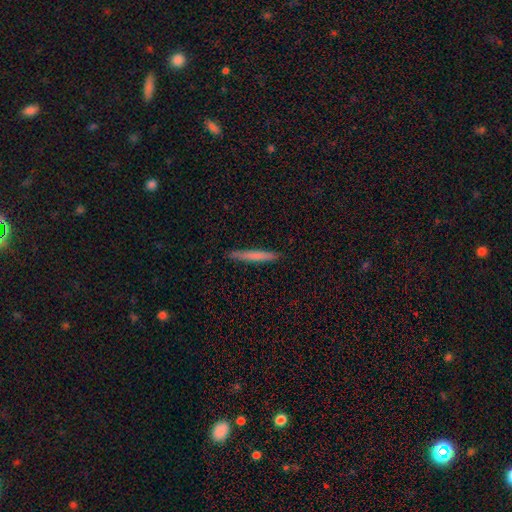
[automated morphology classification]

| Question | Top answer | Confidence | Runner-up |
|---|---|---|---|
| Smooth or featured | smooth | 70% | featured or disk (24%) |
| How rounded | cigar-shaped | 96% | in between (3%) |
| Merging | none | 90% | minor disturbance (7%) |